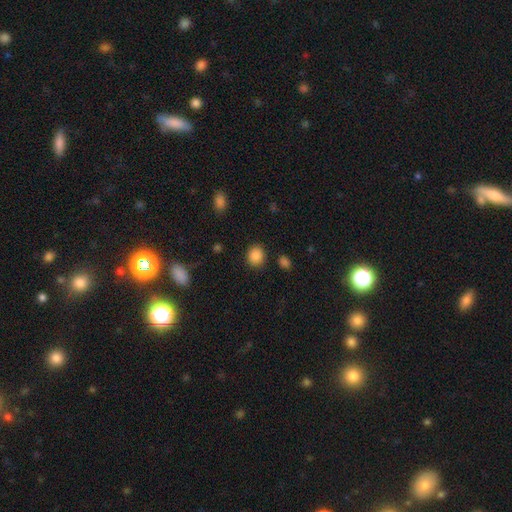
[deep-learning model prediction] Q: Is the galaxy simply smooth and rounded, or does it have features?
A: smooth — 87%.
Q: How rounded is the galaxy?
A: round — 76%.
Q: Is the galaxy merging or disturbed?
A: none — 86%.